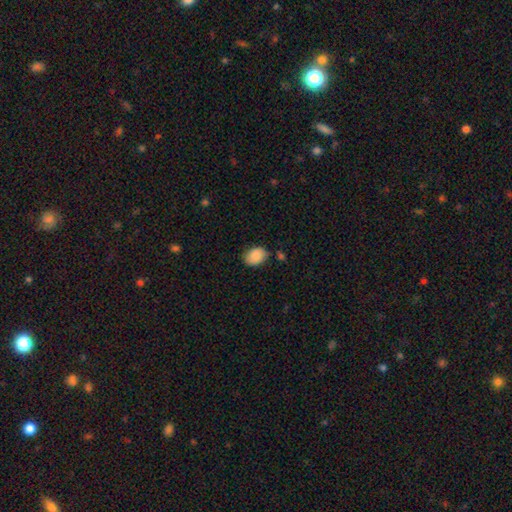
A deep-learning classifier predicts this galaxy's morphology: Smooth or featured? Predicted: smooth (p=0.86). How rounded? Predicted: in between (p=0.75). Merging? Predicted: none (p=0.75).